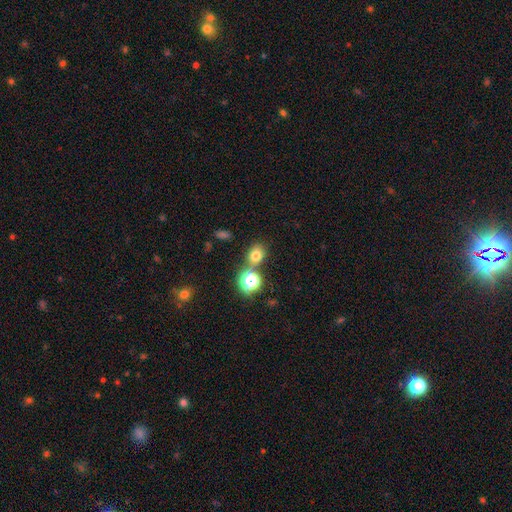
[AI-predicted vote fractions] This appears to be a smooth galaxy with no disk features (71%) that is round (59%). Merging: none (70%).